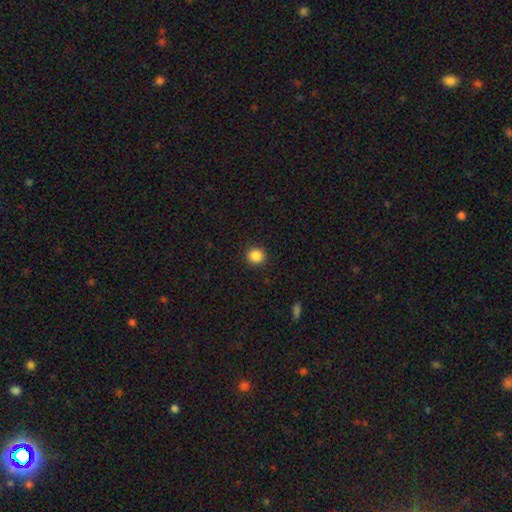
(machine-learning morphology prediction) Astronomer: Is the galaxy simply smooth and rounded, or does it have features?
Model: smooth — 87%.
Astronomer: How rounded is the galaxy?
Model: round — 92%.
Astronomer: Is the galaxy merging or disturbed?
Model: none — 92%.